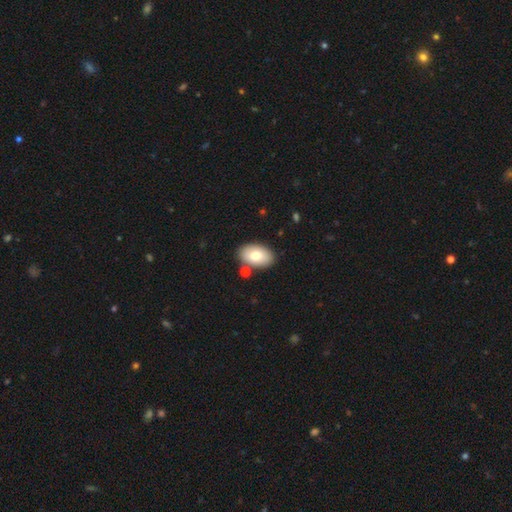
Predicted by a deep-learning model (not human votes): This appears to be a smooth galaxy with no disk features (76%) that is in between round and cigar-shaped (92%). Merging: none (82%).